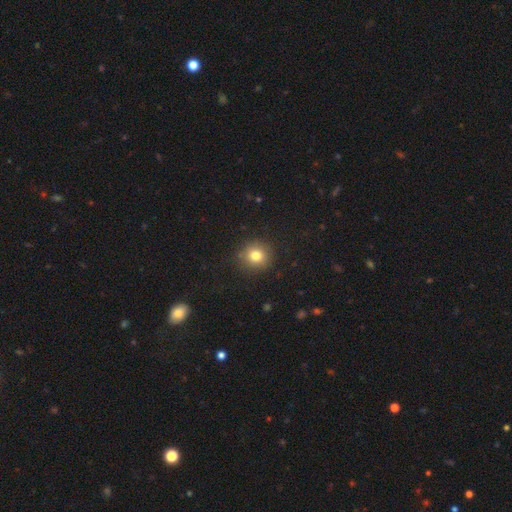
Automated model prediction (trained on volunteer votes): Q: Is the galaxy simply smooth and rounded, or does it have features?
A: smooth — 79%.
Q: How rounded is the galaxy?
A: round — 90%.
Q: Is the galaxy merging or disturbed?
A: none — 88%.